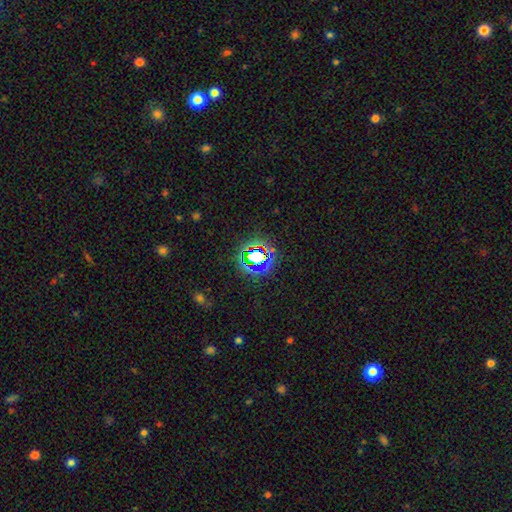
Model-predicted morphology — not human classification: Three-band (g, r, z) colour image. It shows a star or artifact, not a galaxy (69%).